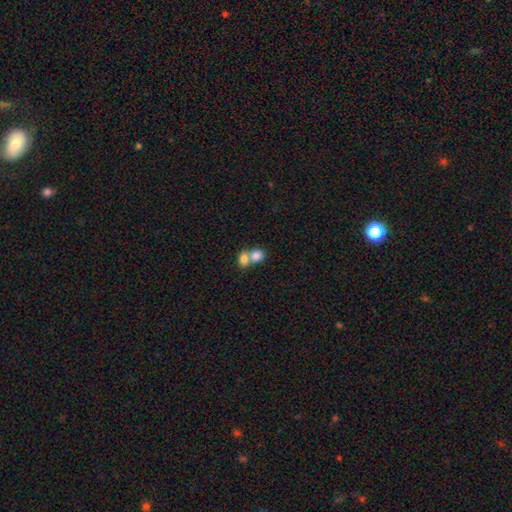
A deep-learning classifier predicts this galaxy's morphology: Smooth or featured: smooth — 82% (featured or disk — 10%)
How rounded: round — 60% (in between — 39%)
Merging: merger — 65% (none — 27%)